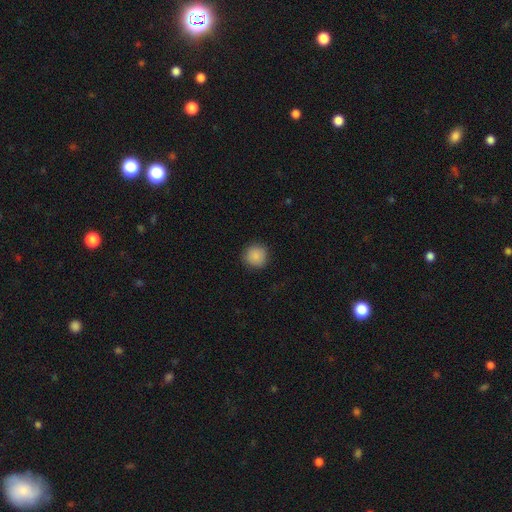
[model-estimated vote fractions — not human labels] Smooth or featured? smooth (88%)
How rounded? round (94%)
Merging? none (90%)